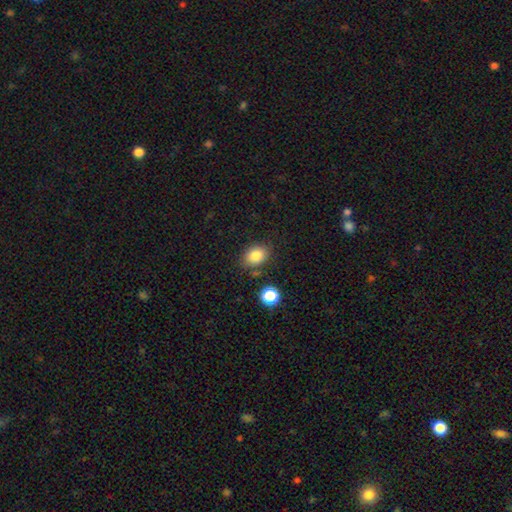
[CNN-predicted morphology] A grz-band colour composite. It shows a smooth galaxy with no disk features (83%) that is in between round and cigar-shaped (67%). Merging: none (78%).